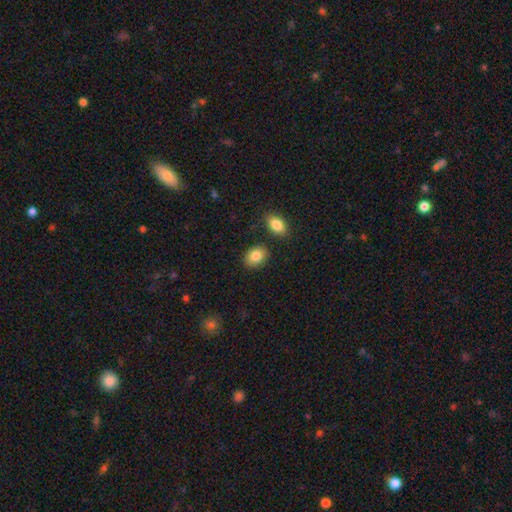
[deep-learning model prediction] Q: Smooth or featured?
A: smooth (85%); runner-up: star or artifact (8%)
Q: How rounded?
A: in between (70%); runner-up: round (29%)
Q: Merging?
A: none (83%); runner-up: minor disturbance (10%)